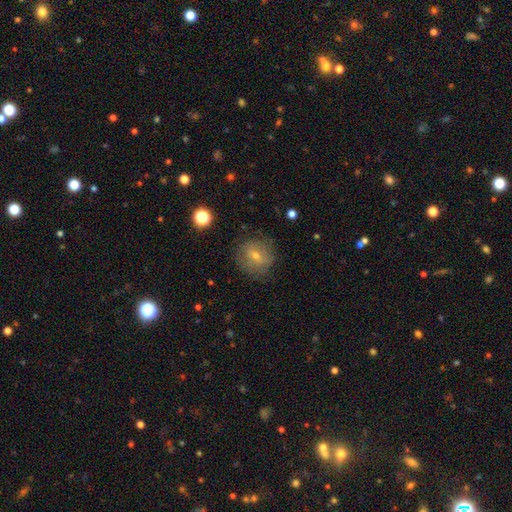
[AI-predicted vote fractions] smooth_or_featured: smooth (p=0.49) [alt: featured or disk p=0.37]
merging: none (p=0.80) [alt: minor disturbance p=0.13]